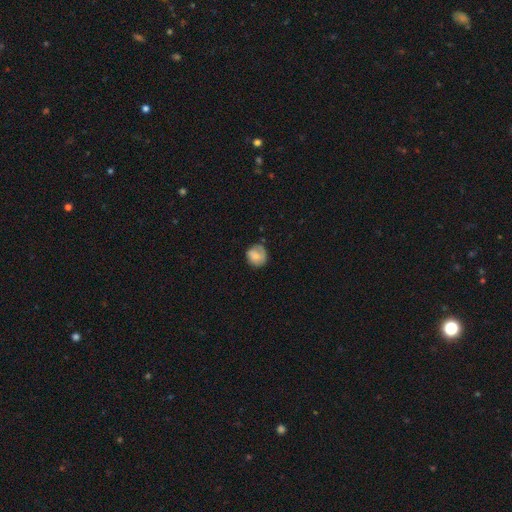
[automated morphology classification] Overall: smooth (63%; featured or disk 29%). How rounded: round (81%). Merging: none (62%; minor disturbance 27%).